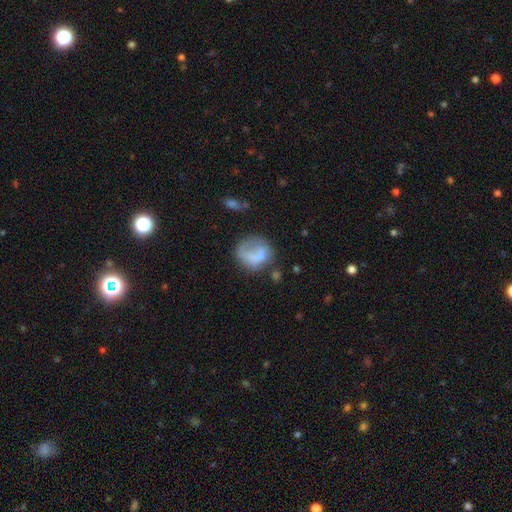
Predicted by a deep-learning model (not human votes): Overall: smooth (64%; featured or disk 27%). How rounded: round (75%). Merging: none (43%; major disturbance 28%).